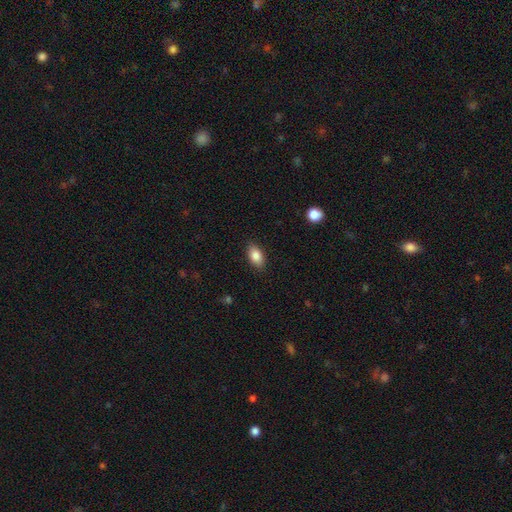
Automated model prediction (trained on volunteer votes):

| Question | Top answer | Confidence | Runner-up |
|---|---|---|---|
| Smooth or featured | smooth | 85% | star or artifact (8%) |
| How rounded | in between | 90% | round (6%) |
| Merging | none | 86% | minor disturbance (10%) |